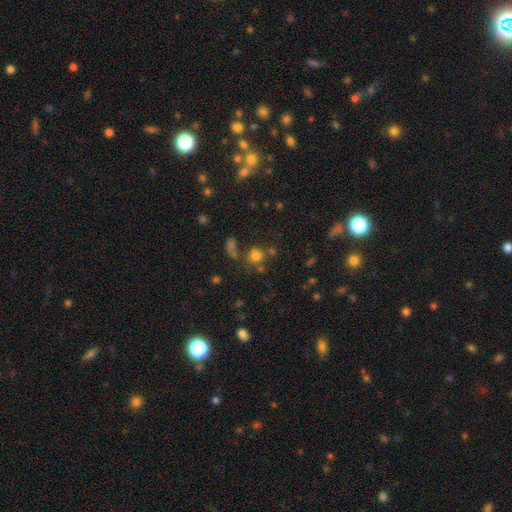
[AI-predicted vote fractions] This appears to be a smooth galaxy with no disk features (71%) that is round (85%). Merging: none (65%).